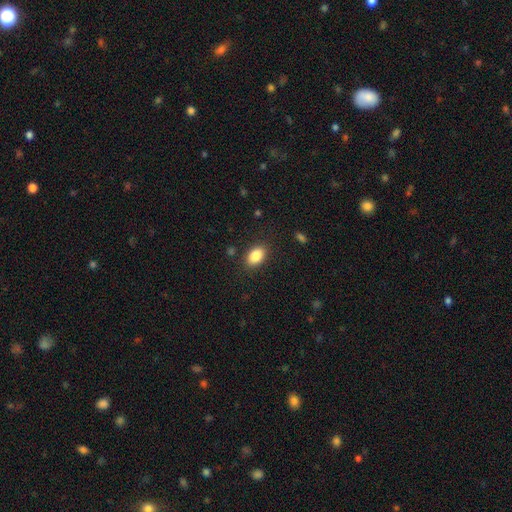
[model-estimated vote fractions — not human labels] The model was most divided on "how rounded": in between: 87%, round: 12%, cigar-shaped: 1%. More confident: smooth or featured — smooth (86%); merging — none (86%).